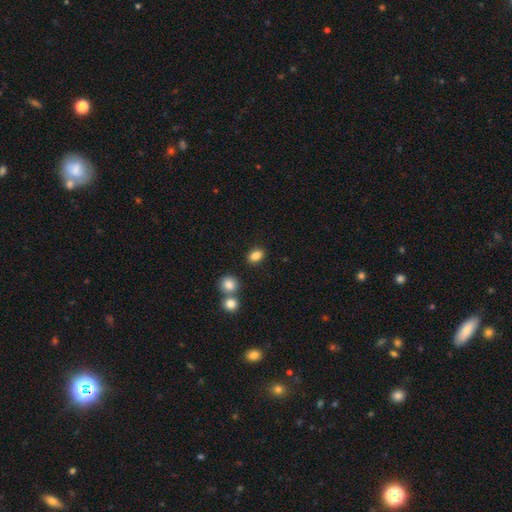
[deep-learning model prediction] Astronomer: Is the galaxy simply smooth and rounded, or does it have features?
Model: smooth — 85%.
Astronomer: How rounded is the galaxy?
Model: in between — 79%.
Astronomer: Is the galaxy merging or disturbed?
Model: none — 82%.